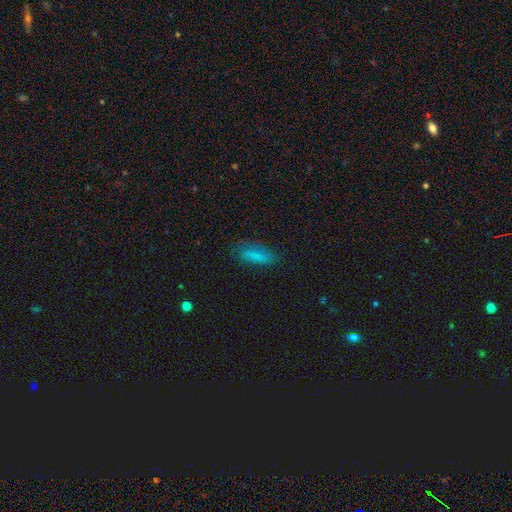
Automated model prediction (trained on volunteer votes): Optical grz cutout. It shows a smooth galaxy with no disk features (73%) that is cigar-shaped (50%). Merging: none (75%).